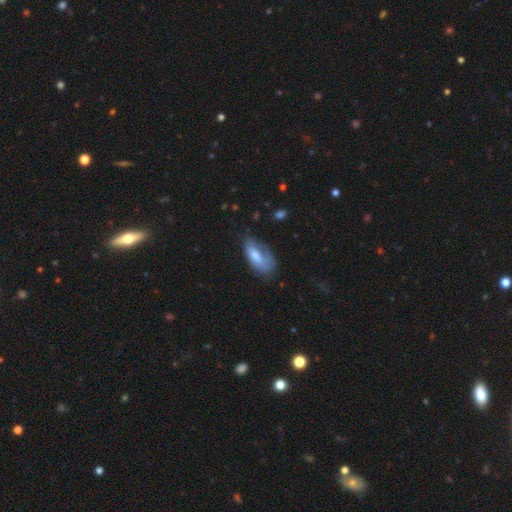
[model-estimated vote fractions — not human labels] smooth_or_featured: smooth (p=0.61) [alt: featured or disk p=0.32]
how_rounded: in between (p=0.85) [alt: cigar-shaped p=0.12]
merging: none (p=0.49) [alt: minor disturbance p=0.30]